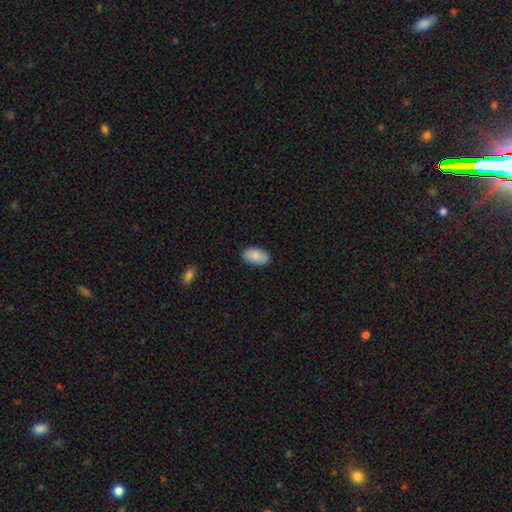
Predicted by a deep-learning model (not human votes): Q: Smooth or featured?
A: smooth (87%); runner-up: star or artifact (6%)
Q: How rounded?
A: in between (94%); runner-up: round (4%)
Q: Merging?
A: none (86%); runner-up: minor disturbance (11%)